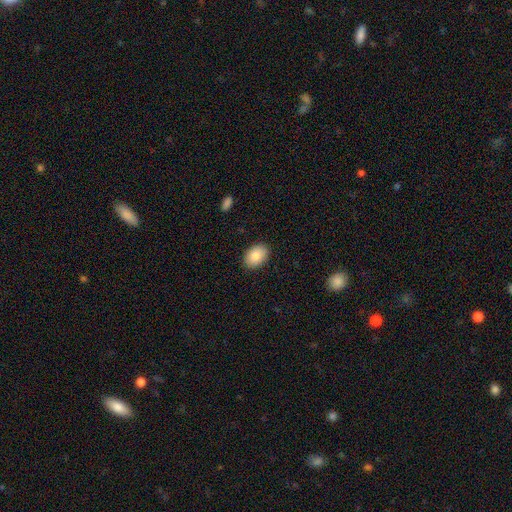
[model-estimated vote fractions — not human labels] This is clearly a smooth galaxy (87%). How rounded: clearly in between (83%). Merging: clearly none (89%).